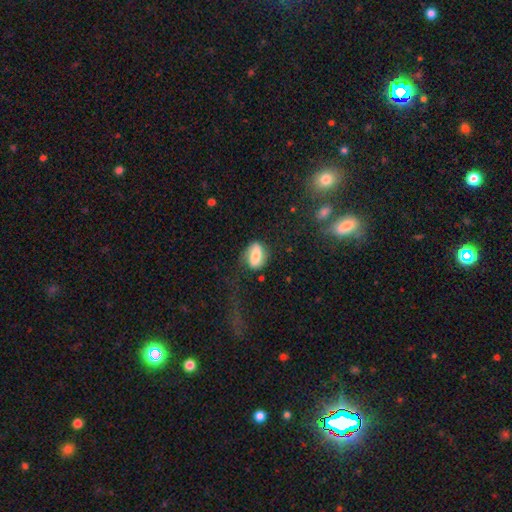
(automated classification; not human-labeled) Morphology: type=smooth (66%); roundness=in between (81%); merging=none (59%).